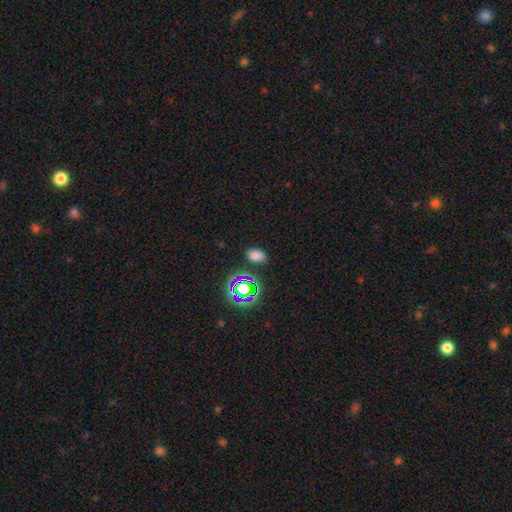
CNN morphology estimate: Q: Smooth or featured?
A: smooth (69%); runner-up: star or artifact (24%)
Q: How rounded?
A: in between (84%); runner-up: round (14%)
Q: Merging?
A: none (78%); runner-up: minor disturbance (14%)